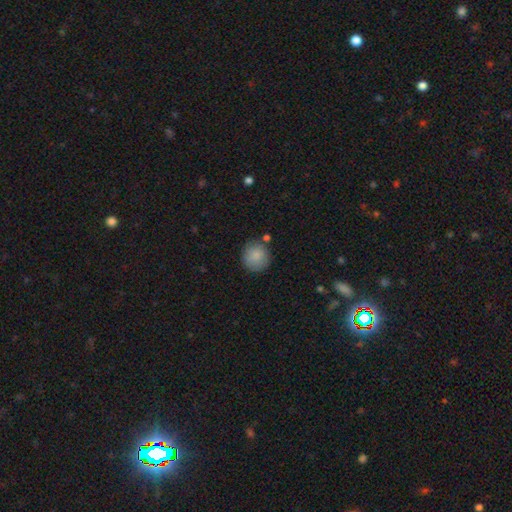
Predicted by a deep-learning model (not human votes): A smooth galaxy with no disk features (87%) that is round (92%). Merging: none (80%).